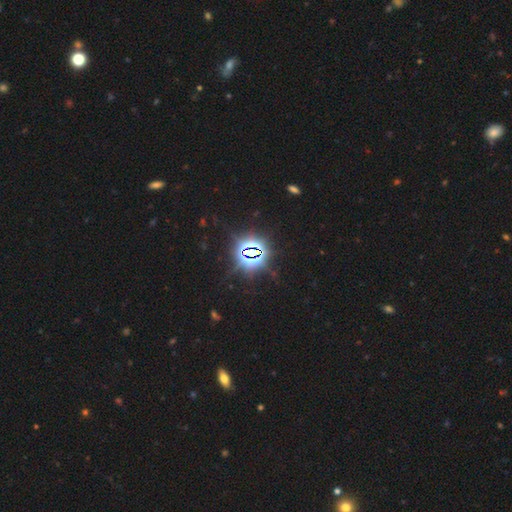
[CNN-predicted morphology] A star or artifact, not a galaxy (84%).